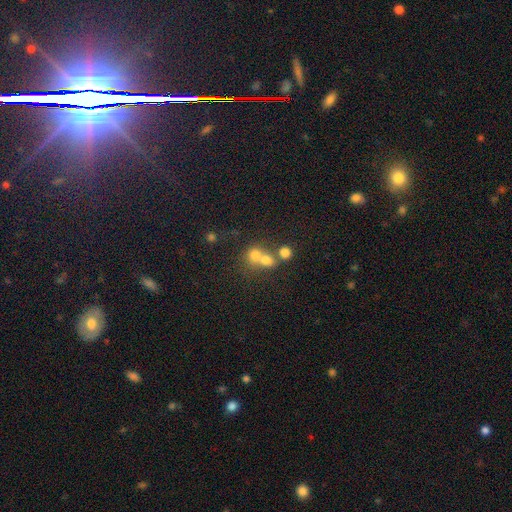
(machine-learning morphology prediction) smooth 70%, featured or disk 15%, star or artifact 15%. Down the decision tree: how rounded — round (76%); merging — merger (56%).